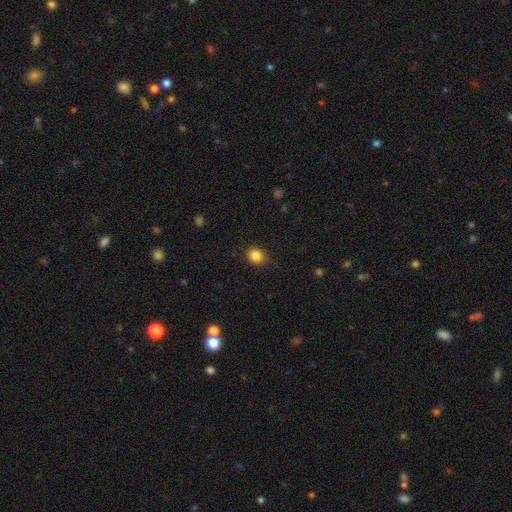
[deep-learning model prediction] A smooth galaxy with no disk features (85%) that is round (76%). Merging: none (87%).